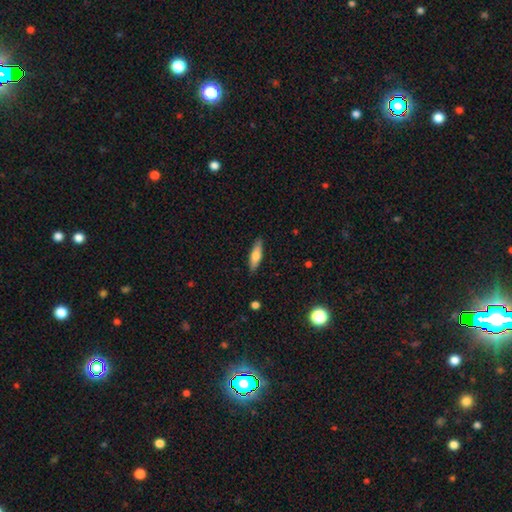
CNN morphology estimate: This appears to be a smooth galaxy with no disk features (68%) that is cigar-shaped (56%). Merging: none (89%).